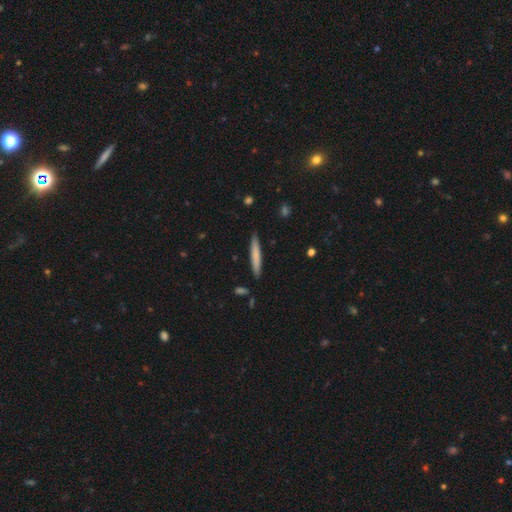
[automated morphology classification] A smooth galaxy with no disk features (74%) that is cigar-shaped (95%). Merging: none (90%).